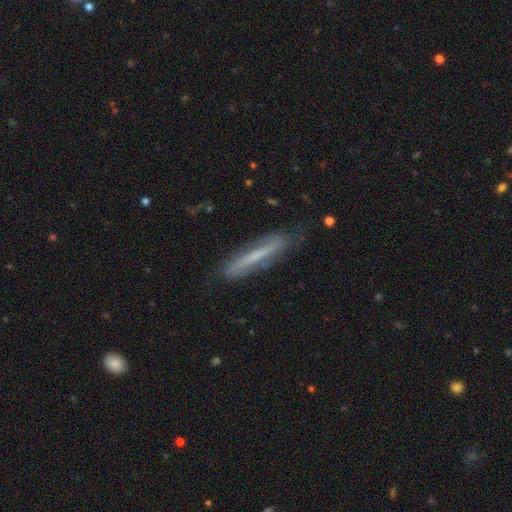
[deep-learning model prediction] This appears to be a featured or disk galaxy (54%) viewed edge-on (64%). Merging: none (75%).